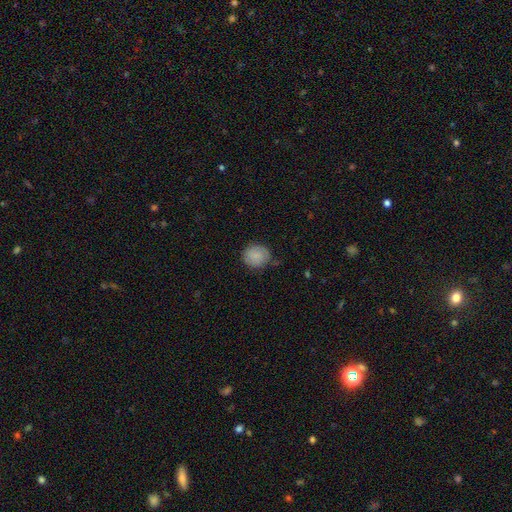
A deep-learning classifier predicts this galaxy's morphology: Smooth or featured? Predicted: smooth (p=0.67). How rounded? Predicted: round (p=0.77). Merging? Predicted: none (p=0.75).